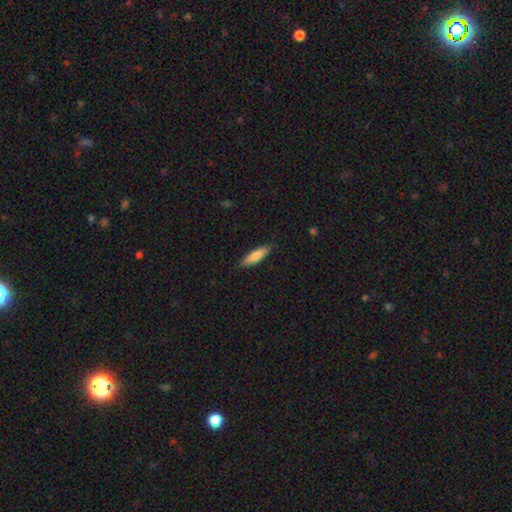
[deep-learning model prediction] A smooth galaxy with no disk features (79%) that is cigar-shaped (63%).

Vote fractions:
- Smooth or featured? smooth: 79% / featured or disk: 16% / star or artifact: 5%
- How rounded? cigar-shaped: 63% / in between: 36% / round: 2%
- Merging? none: 86% / minor disturbance: 11% / major disturbance: 2% / merger: 1%